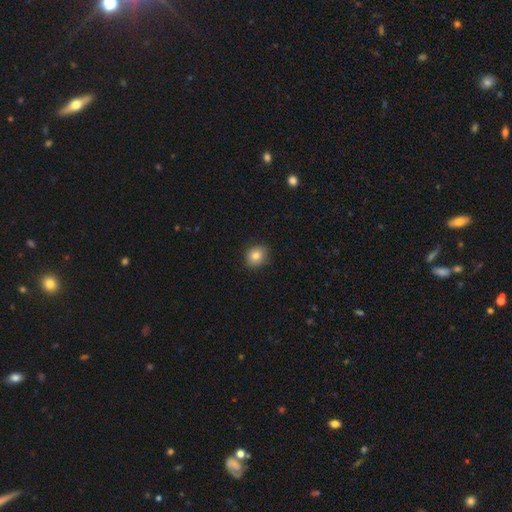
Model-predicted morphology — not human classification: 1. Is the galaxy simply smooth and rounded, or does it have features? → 82% smooth, 10% star or artifact, 8% featured or disk.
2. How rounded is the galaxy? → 63% round, 36% in between, 1% cigar-shaped.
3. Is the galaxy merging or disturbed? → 88% none, 9% minor disturbance, 2% major disturbance, 1% merger.